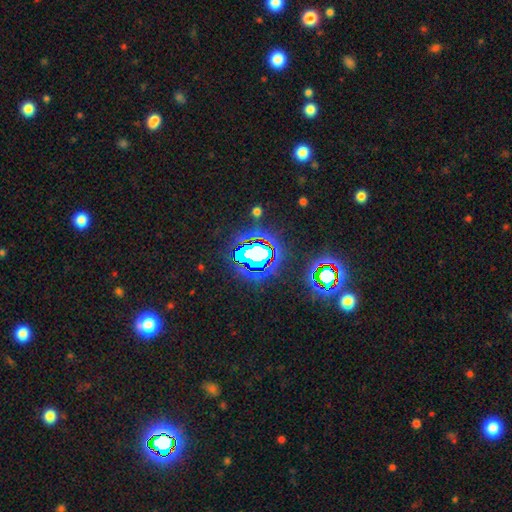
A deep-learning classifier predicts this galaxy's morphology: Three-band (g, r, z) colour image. It shows a star or artifact, not a galaxy (66%).